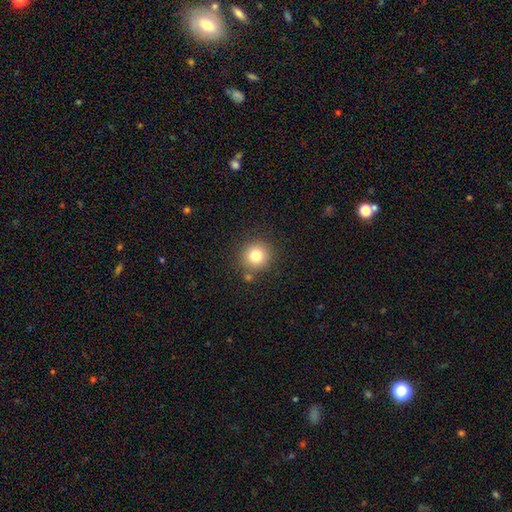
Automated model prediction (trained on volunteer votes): smooth_or_featured: smooth (p=0.80) [alt: star or artifact p=0.12]
how_rounded: round (p=0.92) [alt: in between p=0.07]
merging: none (p=0.83) [alt: minor disturbance p=0.08]